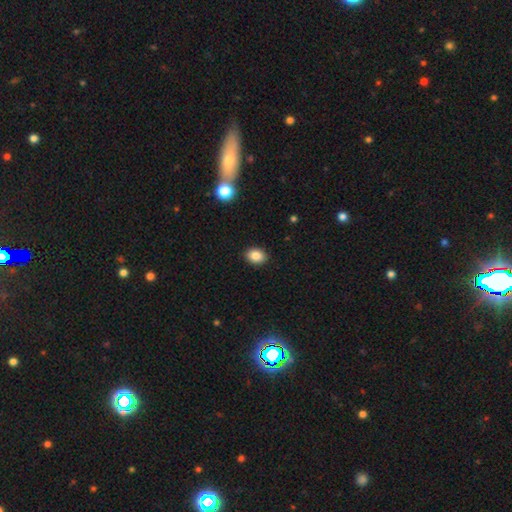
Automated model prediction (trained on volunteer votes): Smooth or featured? Predicted: smooth (p=0.86). How rounded? Predicted: in between (p=0.59). Merging? Predicted: none (p=0.91).